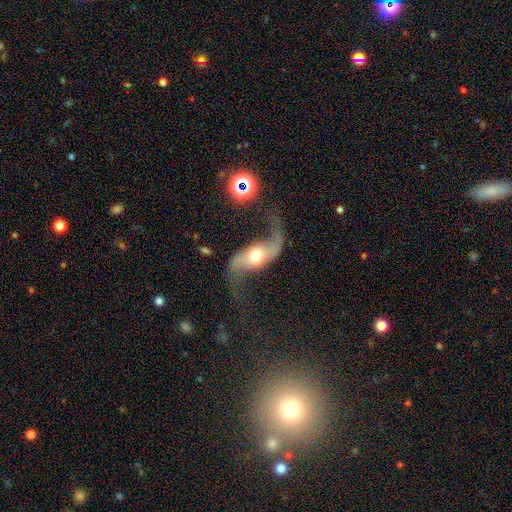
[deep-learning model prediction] A featured or disk galaxy (86%) with no bar (50%), 2 (94%) loose (92%) spiral arms (96%) and a moderate central bulge (69%).

Vote fractions:
- Smooth or featured? featured or disk: 86% / smooth: 8% / star or artifact: 5%
- Edge-on disk? no: 94% / yes: 6%
- Bar? no: 50% / weak: 30% / strong: 20%
- Spiral arms? yes: 96% / no: 4%
- Spiral winding? loose: 92% / medium: 6% / tight: 2%
- Spiral arm count? 2: 94% / 1: 2% / can't tell: 1% / 3: 1% / 4: 1% / more than 4: 1%
- Bulge size? moderate: 69% / small: 17% / large: 11% / dominant: 2% / none: 1%
- Merging? none: 65% / minor disturbance: 16% / major disturbance: 15% / merger: 4%